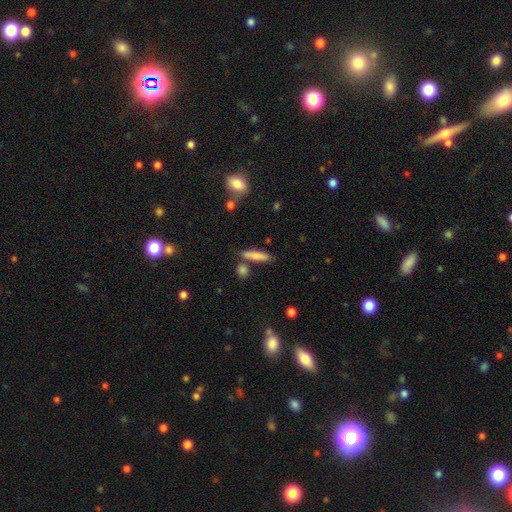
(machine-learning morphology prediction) The model was most divided on "smooth or featured": smooth: 77%, featured or disk: 16%, star or artifact: 7%. More confident: how rounded — cigar-shaped (81%); merging — none (75%).